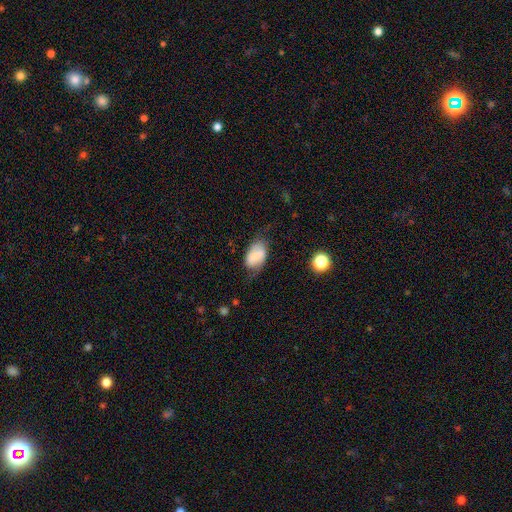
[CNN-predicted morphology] Overall: smooth (66%). How rounded: in between (89%). Merging: none (50%; minor disturbance 33%).